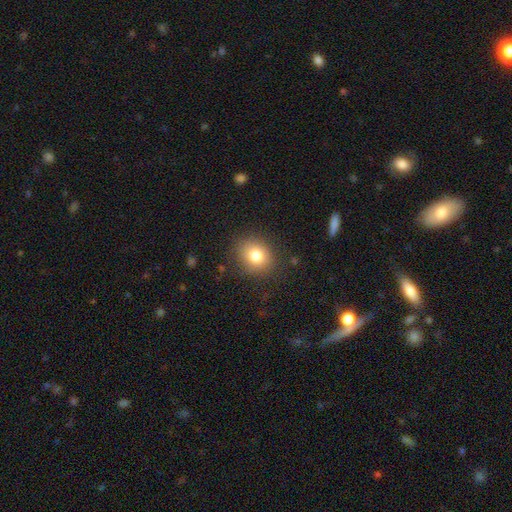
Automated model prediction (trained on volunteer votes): The model was most divided on "how rounded": round: 68%, in between: 31%, cigar-shaped: 1%. More confident: merging — none (86%); smooth or featured — smooth (80%).